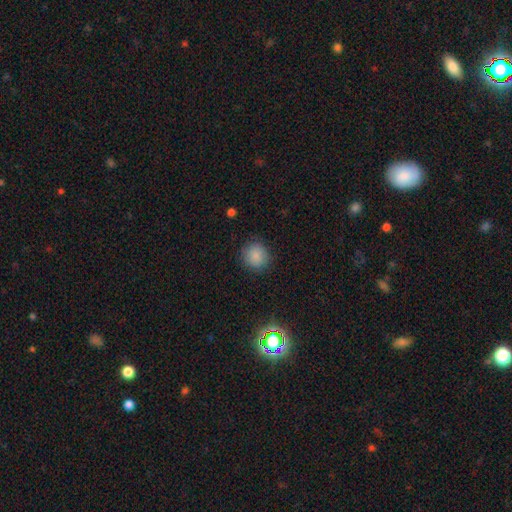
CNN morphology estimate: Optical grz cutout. It shows a smooth galaxy with no disk features (86%) that is round (90%). Merging: none (86%).